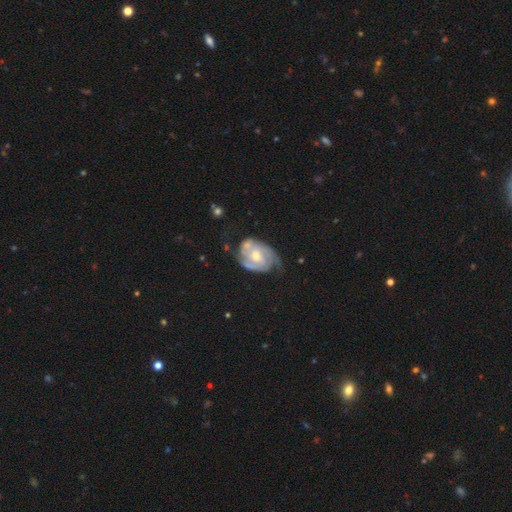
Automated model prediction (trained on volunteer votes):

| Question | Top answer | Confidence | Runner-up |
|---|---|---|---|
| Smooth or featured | featured or disk | 85% | smooth (11%) |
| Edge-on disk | no | 97% | yes (3%) |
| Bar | no | 51% | weak (39%) |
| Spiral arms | yes | 95% | no (5%) |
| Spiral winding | tight | 57% | medium (34%) |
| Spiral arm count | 2 | 63% | can't tell (16%) |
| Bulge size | moderate | 55% | small (40%) |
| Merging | none | 56% | minor disturbance (25%) |